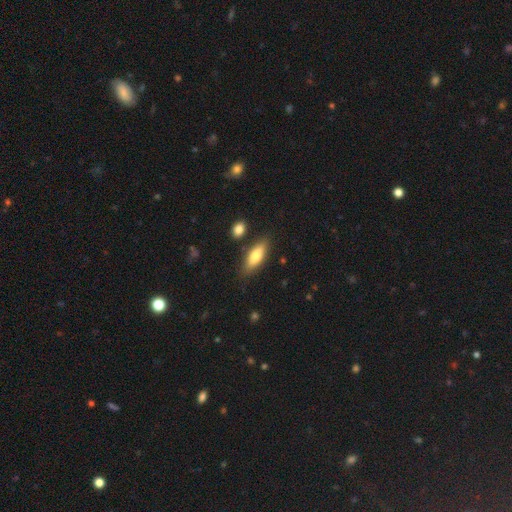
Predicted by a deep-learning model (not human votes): smooth-or-featured: smooth: 75% | featured or disk: 19% | star or artifact: 6%
  how-rounded: in between: 66% | cigar-shaped: 32% | round: 2%
  merging: none: 80% | minor disturbance: 12% | merger: 5% | major disturbance: 3%